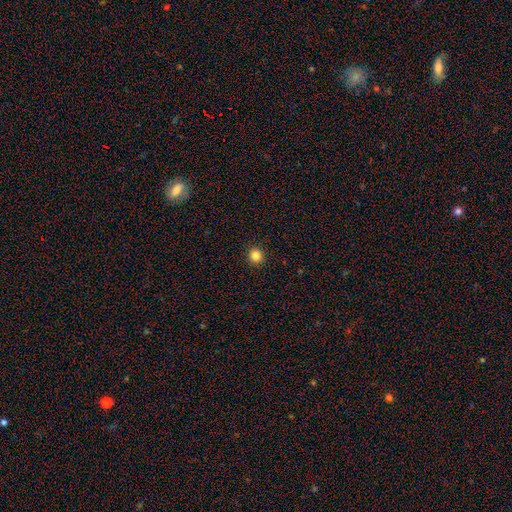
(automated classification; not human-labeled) Morphology: type=smooth (83%); roundness=round (94%); merging=none (93%).